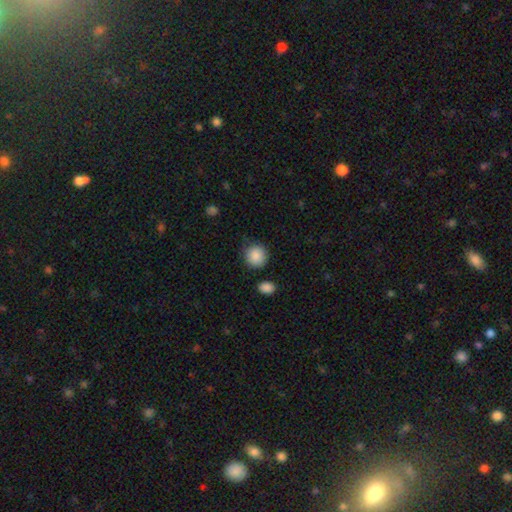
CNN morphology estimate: Overall: smooth (89%). How rounded: round (89%). Merging: none (82%).